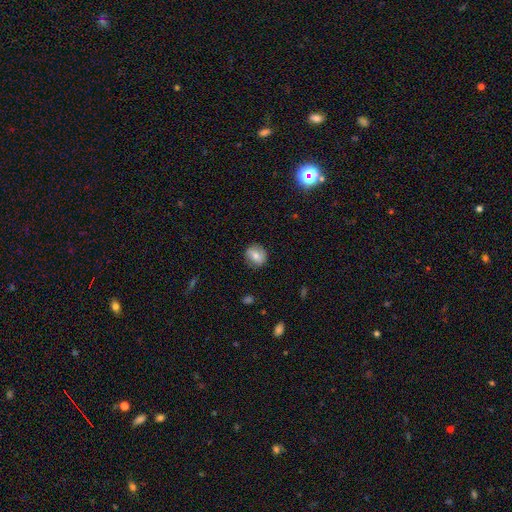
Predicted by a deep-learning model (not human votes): Overall: smooth (64%; featured or disk 27%). How rounded: round (74%). Merging: none (83%).